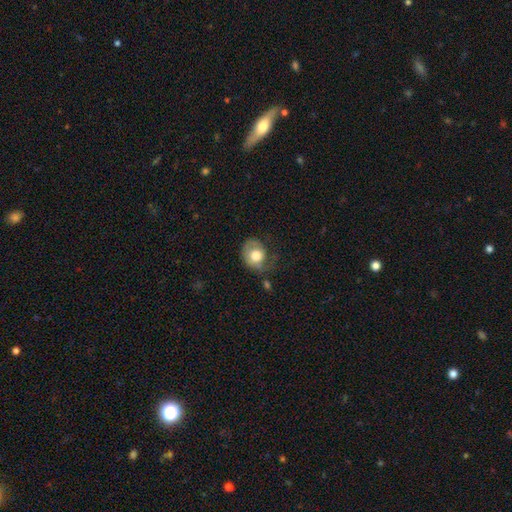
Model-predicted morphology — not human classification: The model was most divided on "merging": none: 41%, minor disturbance: 31%, major disturbance: 24%, merger: 3%. More confident: smooth or featured — smooth (67%); how rounded — round (66%).